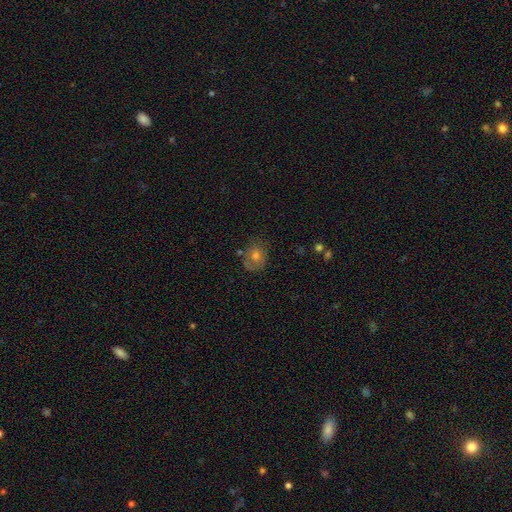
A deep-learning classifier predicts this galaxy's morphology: Smooth or featured? Predicted: smooth (p=0.52). How rounded? Predicted: round (p=0.65). Merging? Predicted: none (p=0.66).